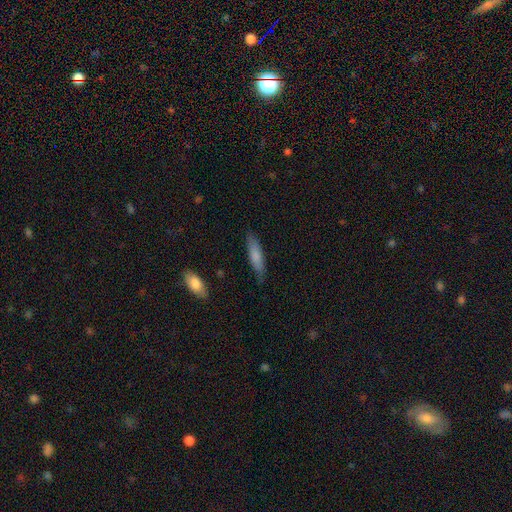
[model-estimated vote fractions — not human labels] A smooth galaxy with no disk features (79%) that is cigar-shaped (72%). Merging: none (82%).